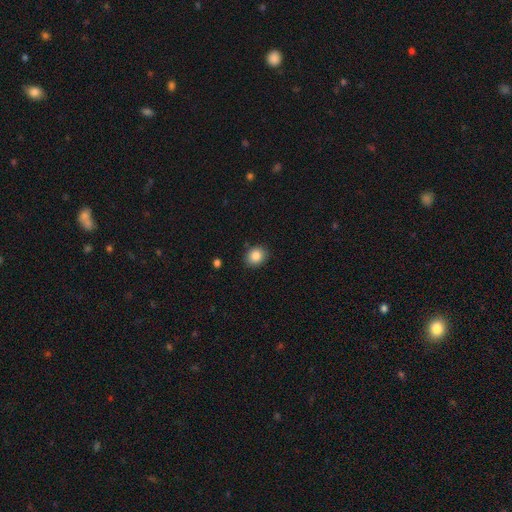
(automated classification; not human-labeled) This appears to be a smooth galaxy with no disk features (86%) that is round (60%). Merging: none (86%).